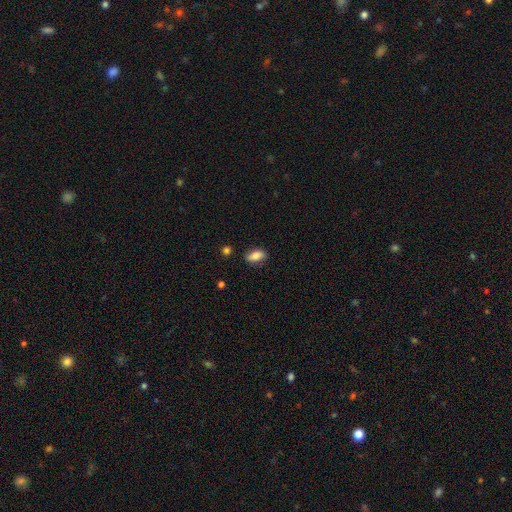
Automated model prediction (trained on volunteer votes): Smooth or featured? smooth (81%)
How rounded? in between (88%)
Merging? none (83%)